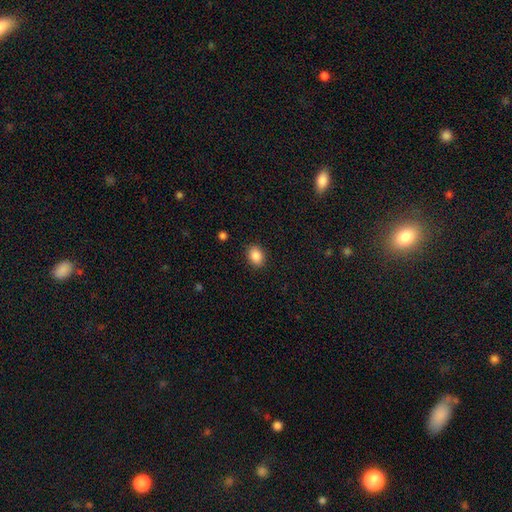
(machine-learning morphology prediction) This appears to be a smooth galaxy with no disk features (88%) that is in between round and cigar-shaped (68%). Merging: none (88%).